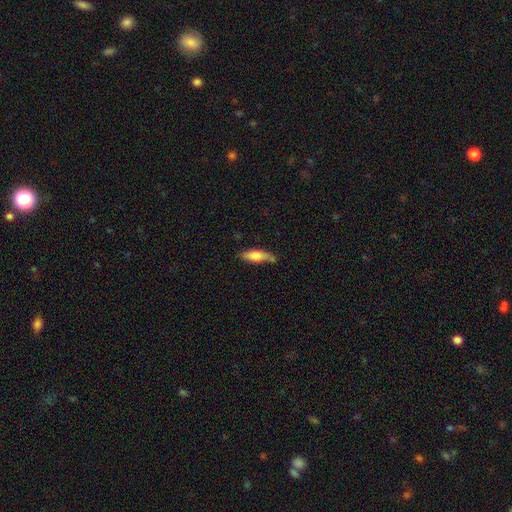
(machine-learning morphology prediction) Smooth or featured? smooth (71%)
How rounded? cigar-shaped (52%)
Merging? none (59%)